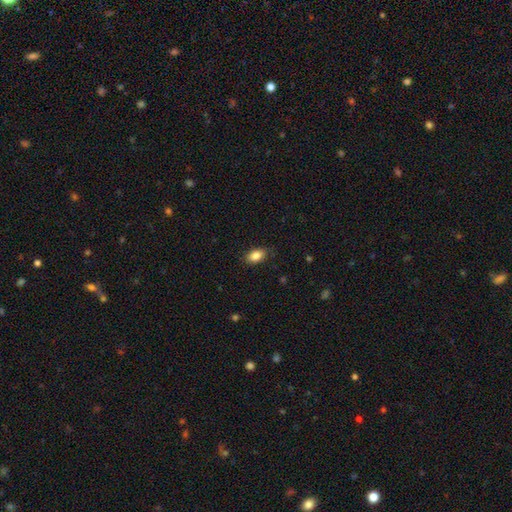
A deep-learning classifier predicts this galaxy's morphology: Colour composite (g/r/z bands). It shows a smooth galaxy with no disk features (87%) that is in between round and cigar-shaped (89%). Merging: none (84%).